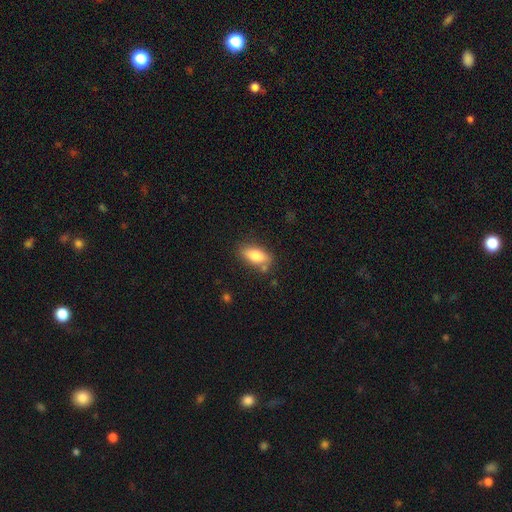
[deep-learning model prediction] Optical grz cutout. It shows a smooth galaxy with no disk features (82%) that is in between round and cigar-shaped (84%). Merging: none (75%).